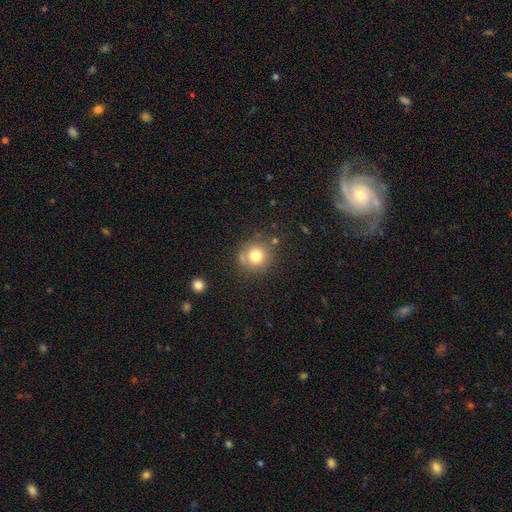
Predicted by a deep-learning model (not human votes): Smooth or featured? Predicted: smooth (p=0.77). How rounded? Predicted: round (p=0.89). Merging? Predicted: none (p=0.71).